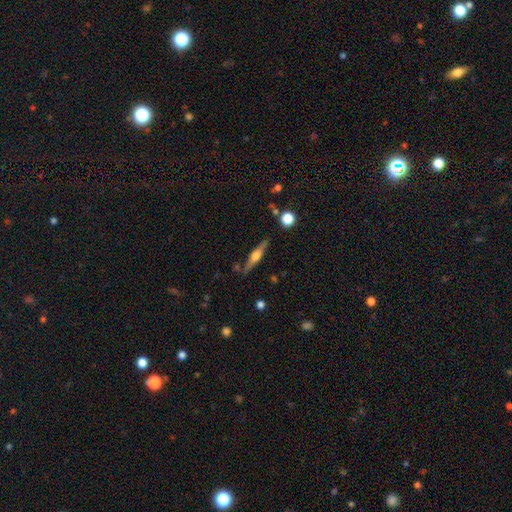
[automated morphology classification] smooth_or_featured: featured or disk (p=0.67) [alt: smooth p=0.26]
disk_edge_on: yes (p=0.96) [alt: no p=0.04]
edge_on_bulge: rounded (p=0.88) [alt: boxy p=0.09]
merging: none (p=0.83) [alt: minor disturbance p=0.11]